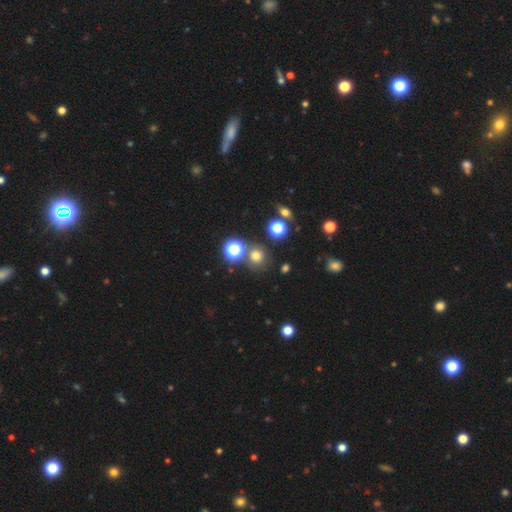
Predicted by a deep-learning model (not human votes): The model was most divided on "smooth or featured": smooth: 66%, star or artifact: 26%, featured or disk: 8%. More confident: how rounded — round (88%); merging — none (75%).